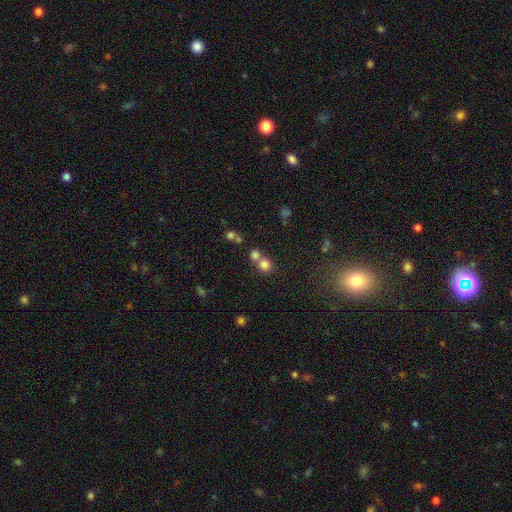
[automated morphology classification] smooth 74%, star or artifact 16%, featured or disk 9%. Down the decision tree: how rounded — round (85%); merging — none (47%).